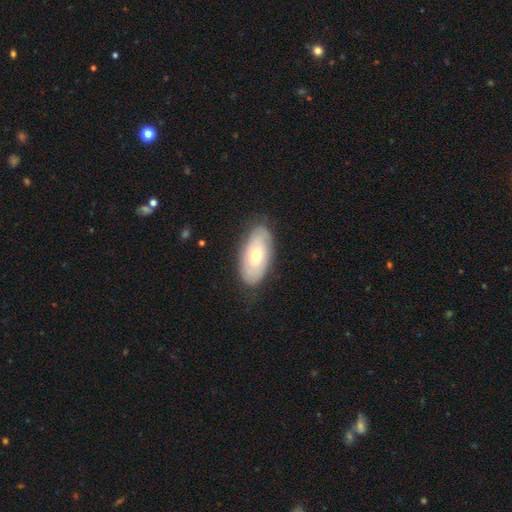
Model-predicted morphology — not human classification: Overall: featured or disk (47%, tied with smooth). Merging: none (82%).